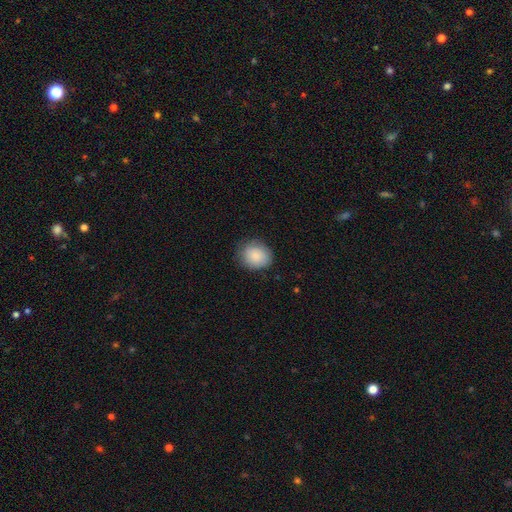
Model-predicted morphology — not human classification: smooth_or_featured: smooth (p=0.86) [alt: featured or disk p=0.07]
how_rounded: round (p=0.70) [alt: in between p=0.29]
merging: none (p=0.78) [alt: minor disturbance p=0.17]